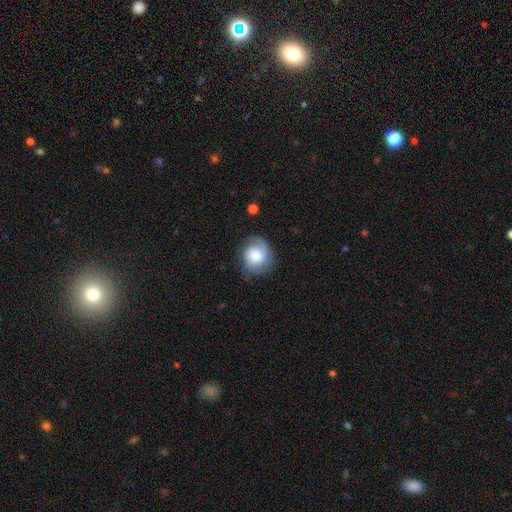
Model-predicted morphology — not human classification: Smooth or featured? Predicted: featured or disk (p=0.49). Merging? Predicted: none (p=0.64).